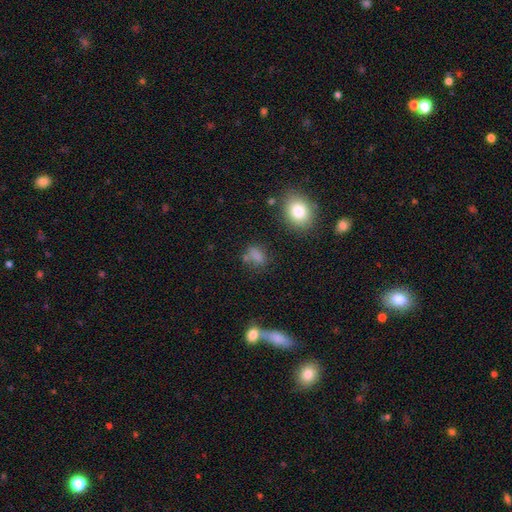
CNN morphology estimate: type=smooth (77%); roundness=in between (71%); merging=none (58%).